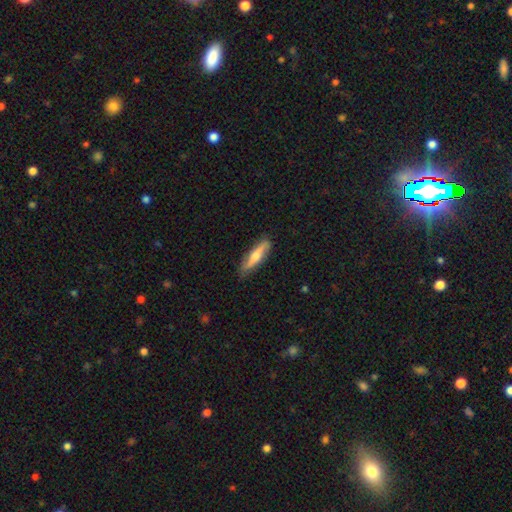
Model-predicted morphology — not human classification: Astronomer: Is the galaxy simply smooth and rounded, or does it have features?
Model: featured or disk — 48% (runner-up: smooth, 46%).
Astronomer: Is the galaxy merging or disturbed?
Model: none — 84%.